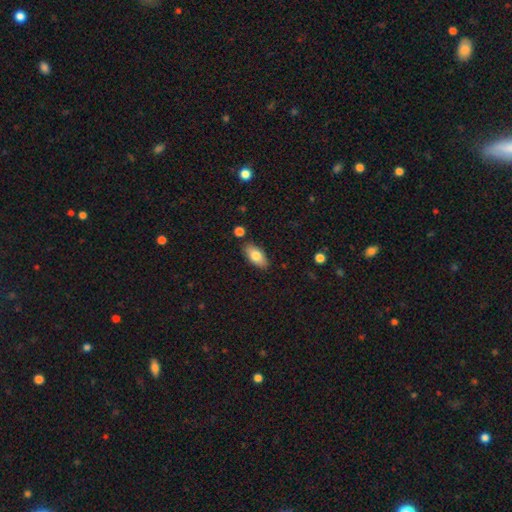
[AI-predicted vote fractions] smooth-or-featured: smooth: 78% | featured or disk: 15% | star or artifact: 7%
  how-rounded: in between: 90% | cigar-shaped: 7% | round: 3%
  merging: none: 85% | minor disturbance: 10% | merger: 3% | major disturbance: 2%